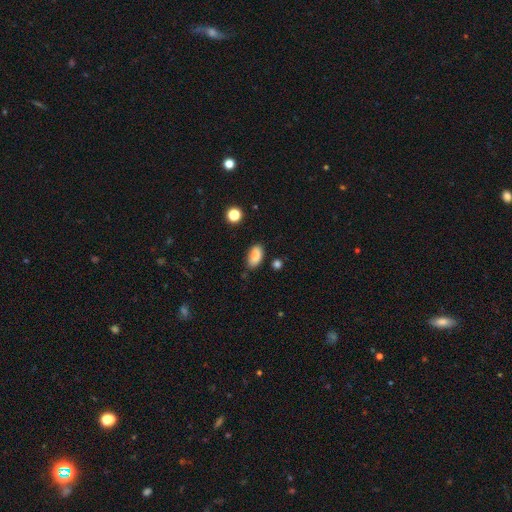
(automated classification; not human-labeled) Overall: smooth (86%). How rounded: in between (92%). Merging: none (77%).